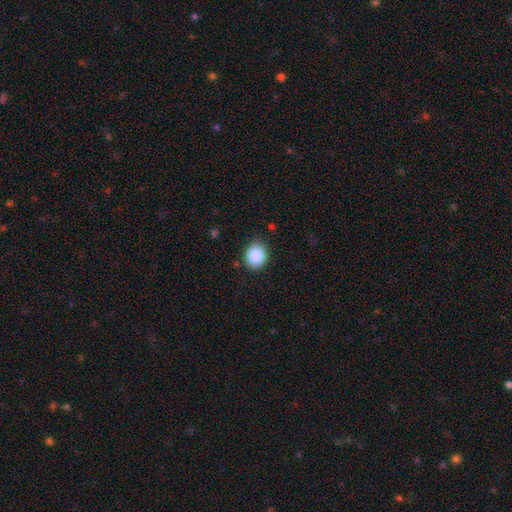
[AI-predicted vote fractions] Smooth or featured? smooth (88%)
How rounded? round (68%)
Merging? none (86%)